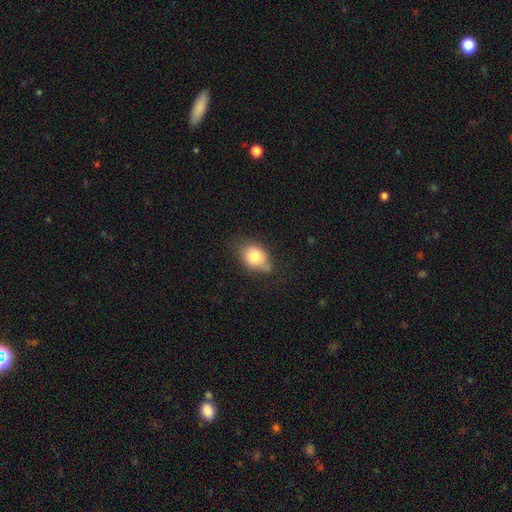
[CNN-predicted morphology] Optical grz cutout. It shows a smooth galaxy with no disk features (78%) that is in between round and cigar-shaped (73%). Merging: none (59%).